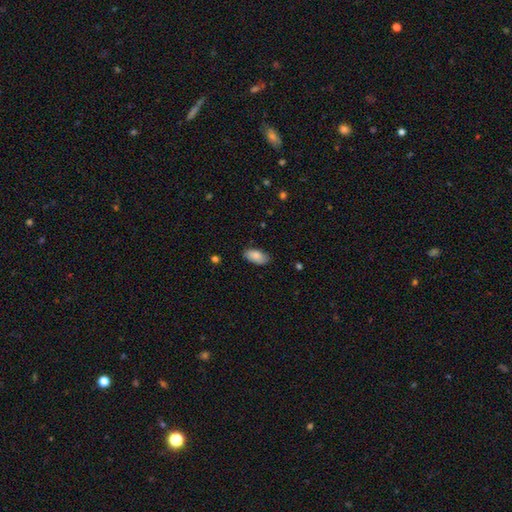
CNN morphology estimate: Smooth or featured? Predicted: smooth (p=0.85). How rounded? Predicted: in between (p=0.94). Merging? Predicted: none (p=0.83).